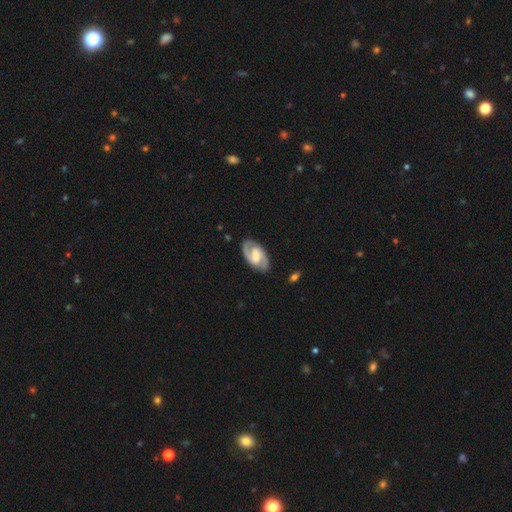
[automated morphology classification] A featured or disk galaxy (83%) with a weak bar (50%), 2 (91%) medium (50%) spiral arms (95%) and a moderate central bulge (46%). Merging: none (85%).